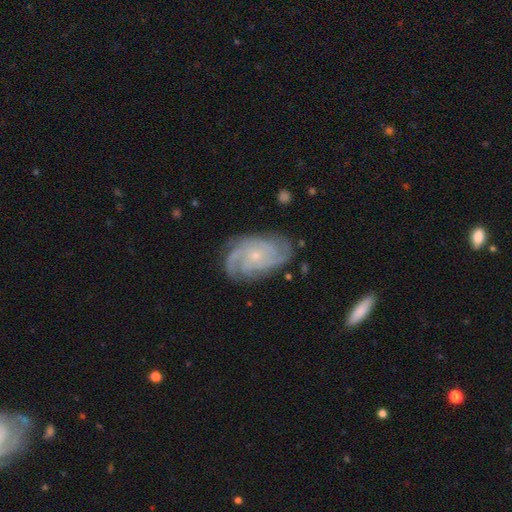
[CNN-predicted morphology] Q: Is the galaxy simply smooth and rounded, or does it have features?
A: featured or disk — 87%.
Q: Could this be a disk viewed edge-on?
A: no — 97%.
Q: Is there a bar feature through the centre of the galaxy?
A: no — 76%.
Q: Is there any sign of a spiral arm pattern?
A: yes — 97%.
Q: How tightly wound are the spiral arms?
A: tight — 60%.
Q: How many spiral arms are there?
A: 3 — 32%.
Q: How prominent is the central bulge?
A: small — 79%.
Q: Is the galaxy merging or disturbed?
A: none — 77%.